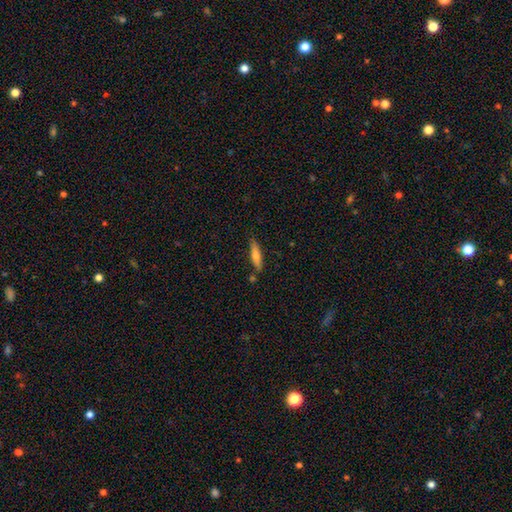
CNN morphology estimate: The model was most divided on "smooth or featured": smooth: 67%, featured or disk: 27%, star or artifact: 6%. More confident: merging — none (78%); how rounded — cigar-shaped (76%).